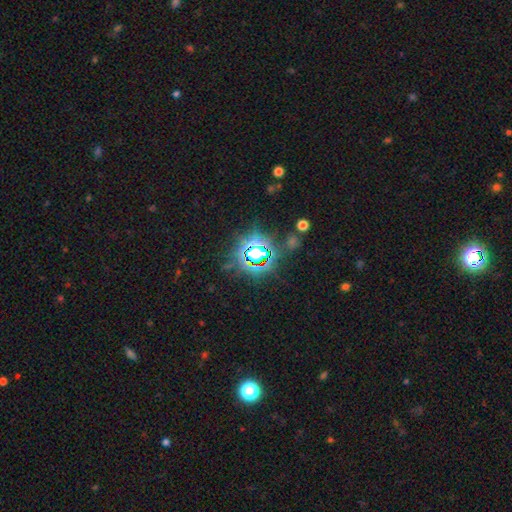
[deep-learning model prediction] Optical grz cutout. It shows a star or artifact, not a galaxy (76%).